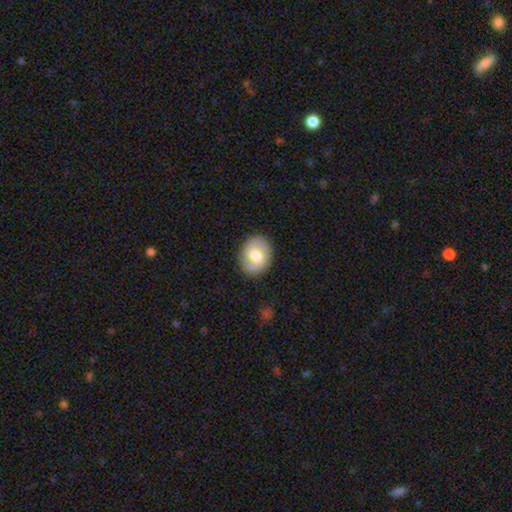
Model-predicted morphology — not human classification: Smooth or featured? Predicted: smooth (p=0.69). How rounded? Predicted: in between (p=0.56). Merging? Predicted: none (p=0.85).